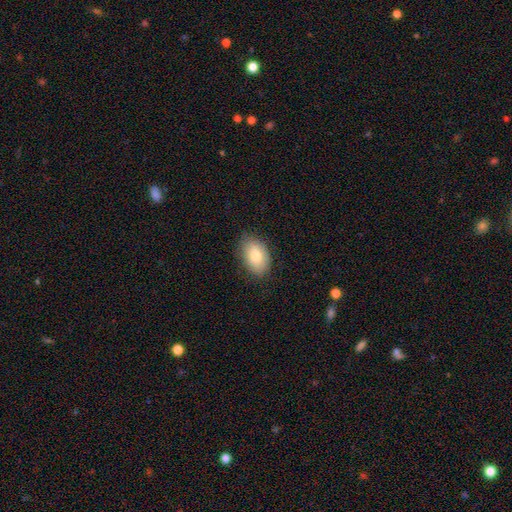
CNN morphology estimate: type=smooth (80%); roundness=in between (86%); merging=none (81%).